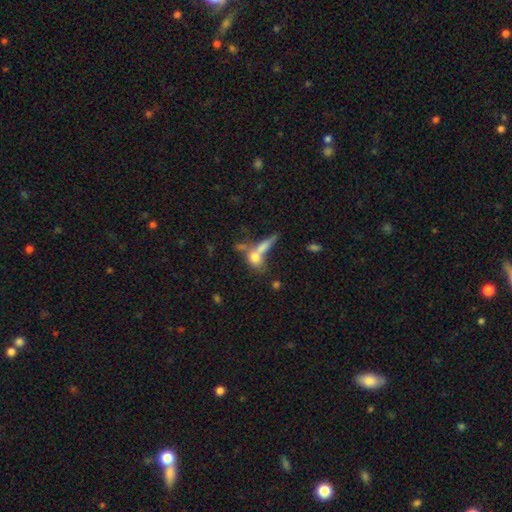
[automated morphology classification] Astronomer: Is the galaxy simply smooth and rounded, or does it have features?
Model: smooth — 67%.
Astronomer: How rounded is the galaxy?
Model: in between — 47% (runner-up: round, 30%).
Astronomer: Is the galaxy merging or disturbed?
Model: merger — 47% (runner-up: none, 33%).